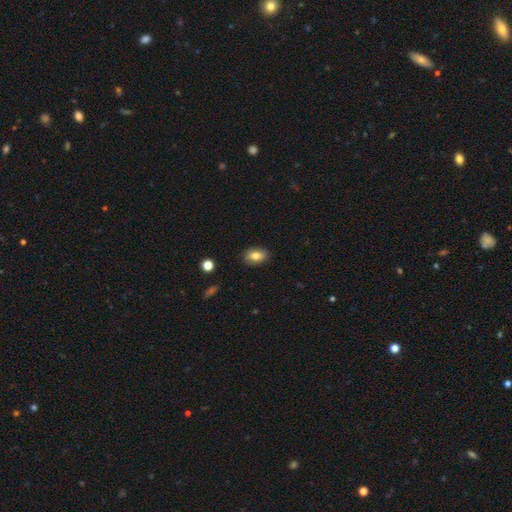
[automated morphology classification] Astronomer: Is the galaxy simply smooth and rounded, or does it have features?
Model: smooth — 81%.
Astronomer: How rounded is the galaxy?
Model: in between — 87%.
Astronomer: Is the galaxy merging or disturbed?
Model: none — 86%.